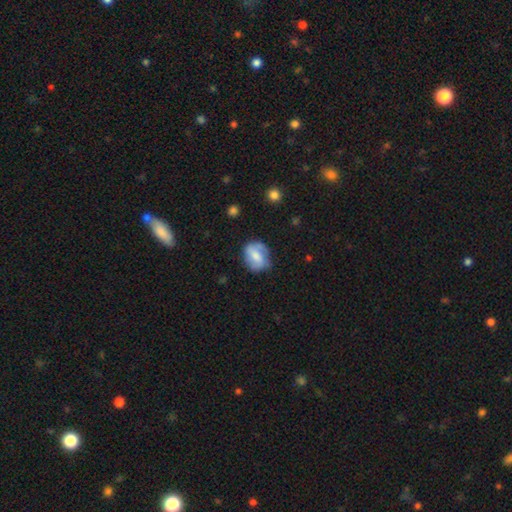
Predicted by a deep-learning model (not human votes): Overall: smooth (55%; featured or disk 37%). How rounded: in between (56%; round 42%). Merging: none (59%; minor disturbance 28%).